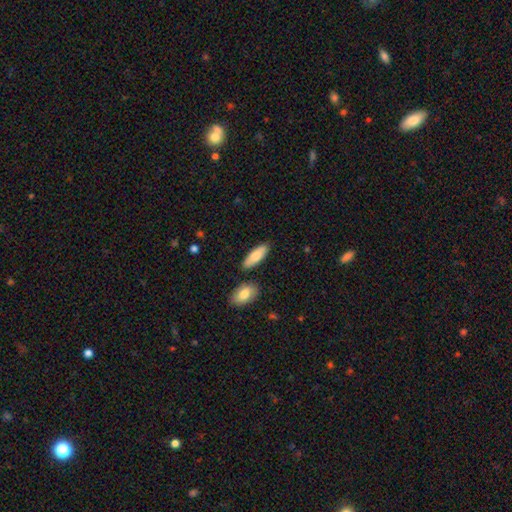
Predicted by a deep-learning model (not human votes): A smooth galaxy with no disk features (79%) that is in between round and cigar-shaped (66%).

Vote fractions:
- Smooth or featured? smooth: 79% / featured or disk: 16% / star or artifact: 6%
- How rounded? in between: 66% / cigar-shaped: 31% / round: 2%
- Merging? none: 81% / minor disturbance: 10% / merger: 6% / major disturbance: 2%